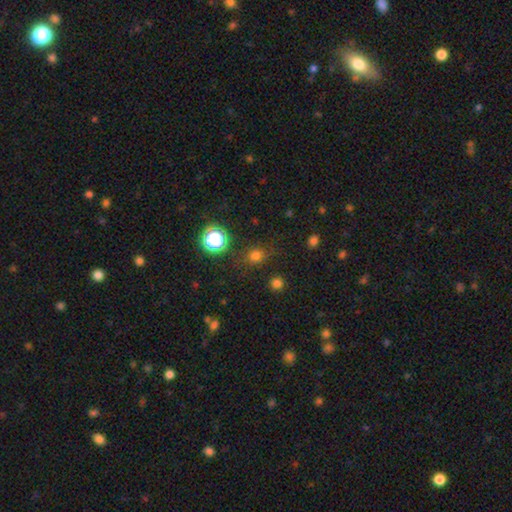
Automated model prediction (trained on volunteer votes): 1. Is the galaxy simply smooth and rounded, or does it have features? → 69% smooth, 25% star or artifact, 6% featured or disk.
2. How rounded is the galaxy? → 82% round, 17% in between, 1% cigar-shaped.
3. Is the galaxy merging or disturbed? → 83% none, 11% minor disturbance, 4% major disturbance, 2% merger.